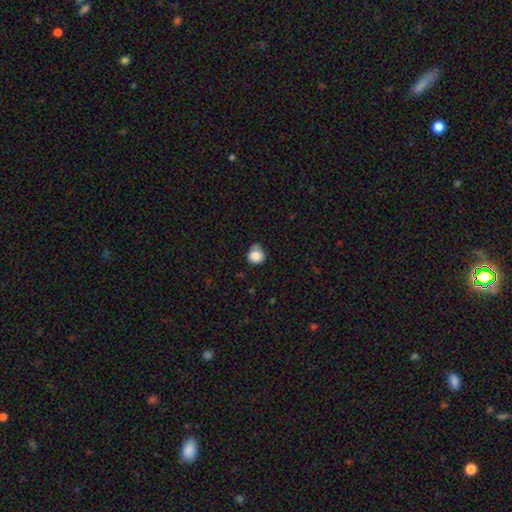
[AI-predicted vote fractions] Morphology: type=smooth (86%); roundness=round (89%); merging=none (61%).